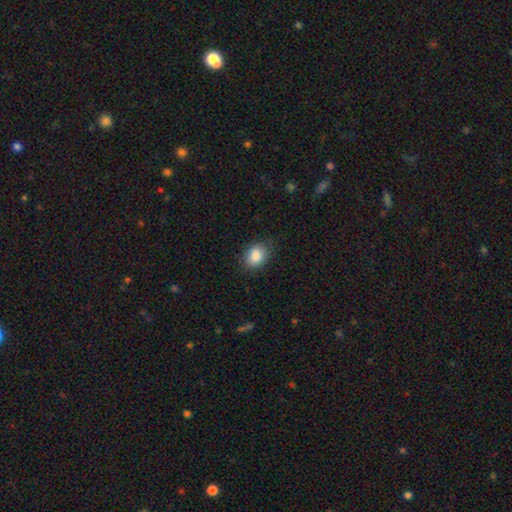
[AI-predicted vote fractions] A smooth galaxy with no disk features (87%) that is in between round and cigar-shaped (65%). Merging: none (81%).